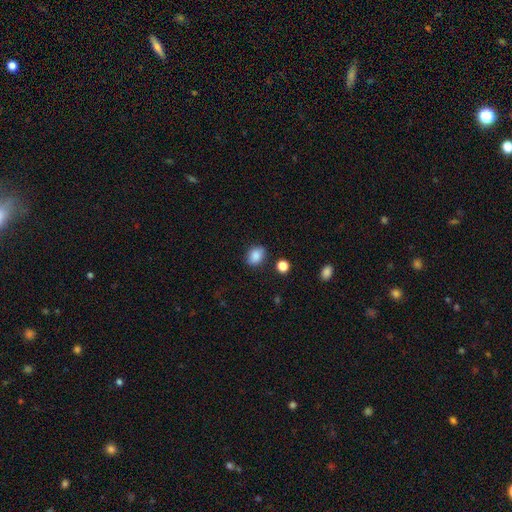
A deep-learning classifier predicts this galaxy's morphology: type=smooth (86%); roundness=in between (60%); merging=none (79%).